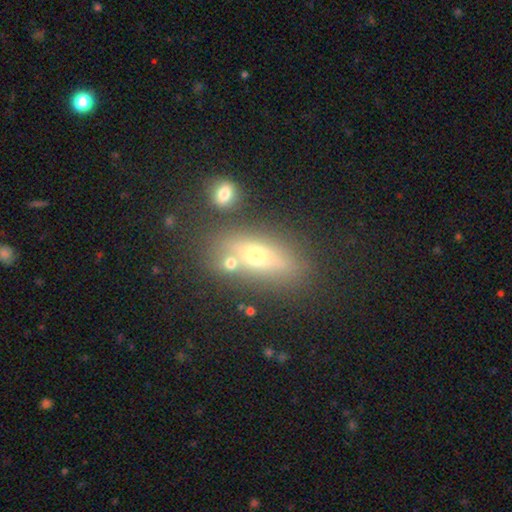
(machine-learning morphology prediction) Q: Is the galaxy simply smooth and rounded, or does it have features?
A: smooth — 51%.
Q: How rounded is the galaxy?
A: in between — 59%.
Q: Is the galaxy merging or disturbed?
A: none — 67%.